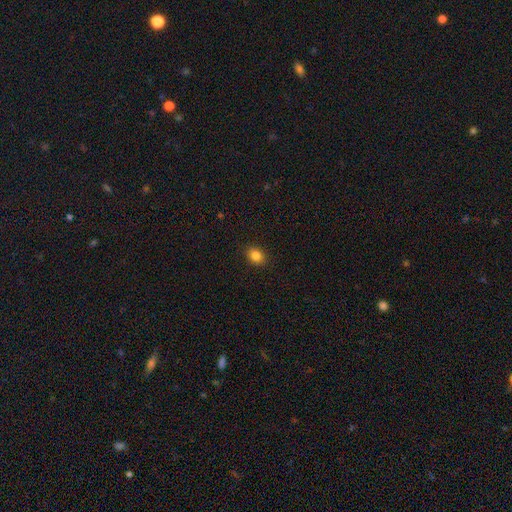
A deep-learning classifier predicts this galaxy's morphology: smooth_or_featured: smooth (p=0.84) [alt: star or artifact p=0.11]
how_rounded: in between (p=0.53) [alt: round p=0.46]
merging: none (p=0.90) [alt: minor disturbance p=0.07]